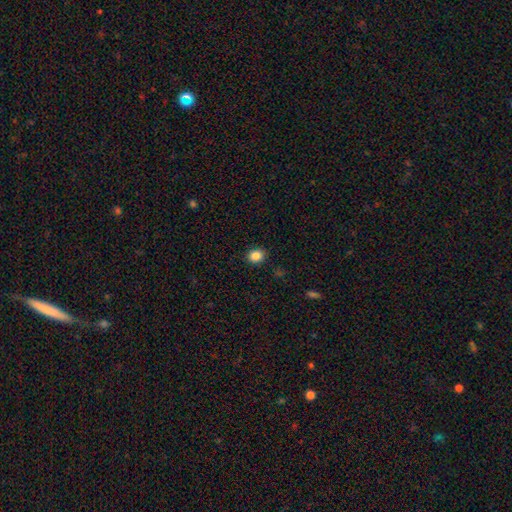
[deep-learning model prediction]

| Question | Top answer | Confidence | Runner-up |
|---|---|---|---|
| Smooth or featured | smooth | 86% | star or artifact (10%) |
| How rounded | round | 60% | in between (39%) |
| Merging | none | 90% | minor disturbance (7%) |